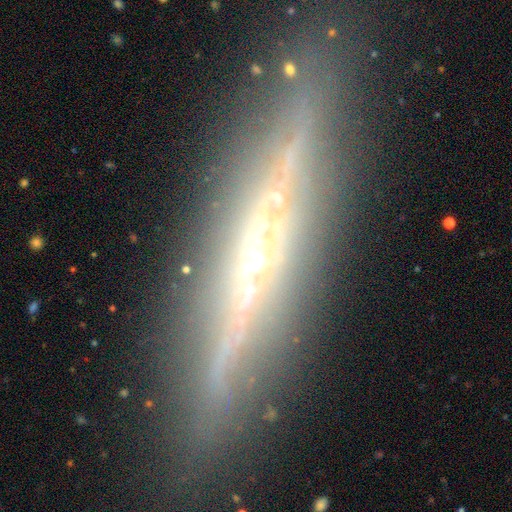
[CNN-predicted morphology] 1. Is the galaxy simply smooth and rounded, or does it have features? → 79% featured or disk, 12% smooth, 10% star or artifact.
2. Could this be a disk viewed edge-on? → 91% yes, 9% no.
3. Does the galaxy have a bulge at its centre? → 50% none, 36% rounded, 14% boxy.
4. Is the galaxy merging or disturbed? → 81% none, 13% minor disturbance, 4% major disturbance, 2% merger.